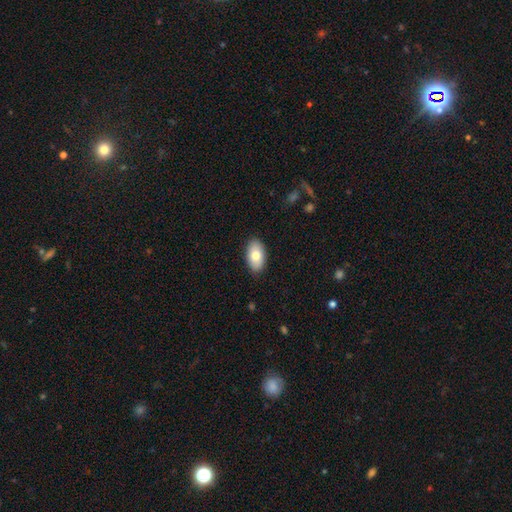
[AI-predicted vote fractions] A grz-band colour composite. It shows a smooth galaxy with no disk features (79%) that is in between round and cigar-shaped (94%). Merging: none (87%).